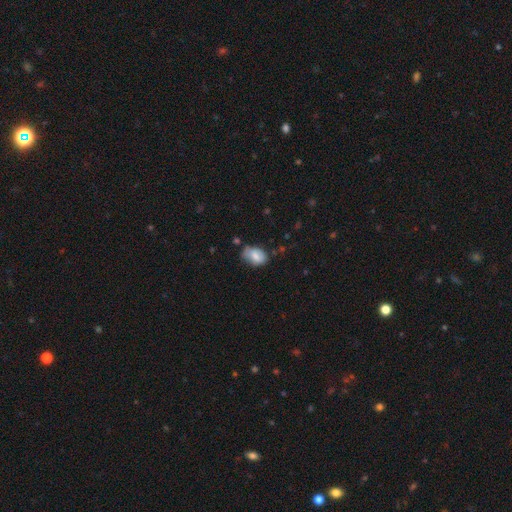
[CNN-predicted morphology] smooth_or_featured: smooth (p=0.75) [alt: featured or disk p=0.17]
how_rounded: in between (p=0.84) [alt: round p=0.14]
merging: none (p=0.54) [alt: minor disturbance p=0.33]